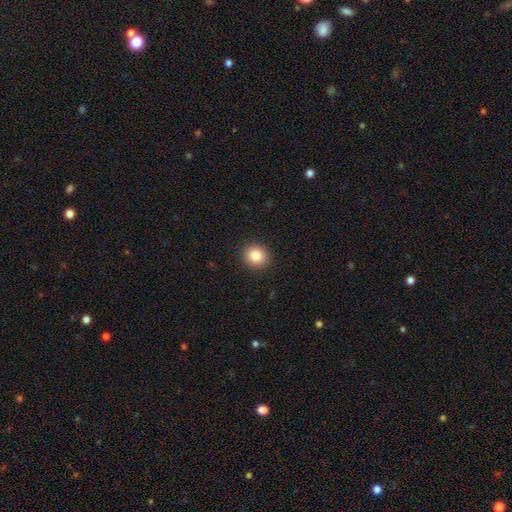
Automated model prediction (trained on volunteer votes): smooth 85%, star or artifact 10%, featured or disk 5%. Down the decision tree: how rounded — round (85%); merging — none (91%).